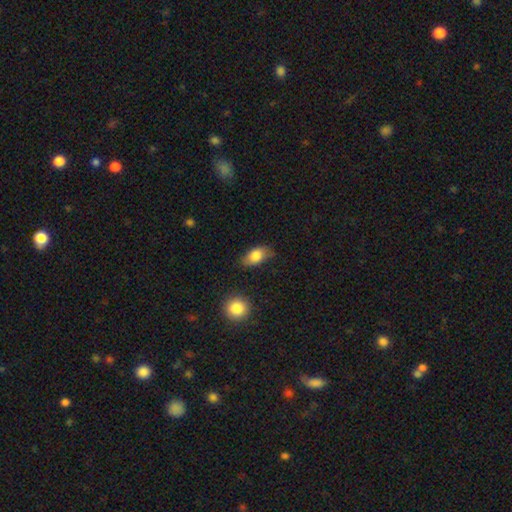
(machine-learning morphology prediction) smooth 82%, featured or disk 11%, star or artifact 7%. Down the decision tree: how rounded — in between (88%); merging — none (74%).